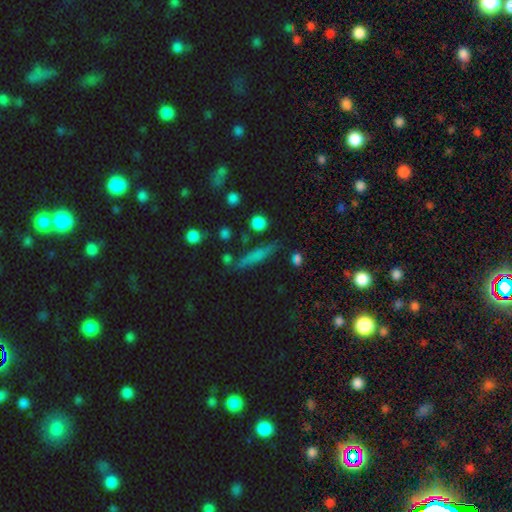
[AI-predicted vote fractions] smooth-or-featured: smooth: 60% | featured or disk: 29% | star or artifact: 11%
  how-rounded: cigar-shaped: 85% | in between: 11% | round: 4%
  merging: none: 79% | minor disturbance: 13% | merger: 5% | major disturbance: 4%